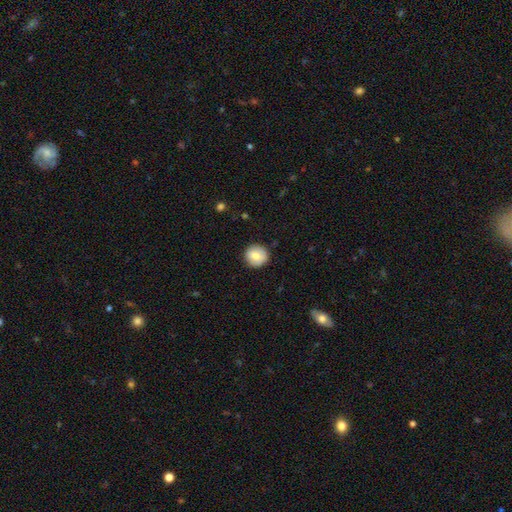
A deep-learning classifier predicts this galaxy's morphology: Smooth or featured: smooth — 75% (featured or disk — 17%)
How rounded: round — 94% (in between — 5%)
Merging: none — 89% (minor disturbance — 8%)